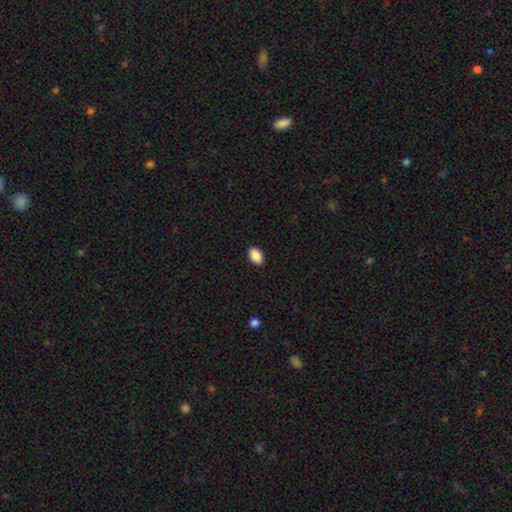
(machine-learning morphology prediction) Smooth or featured?
  - smooth: 90% *
  - star or artifact: 7%
  - featured or disk: 3%
How rounded?
  - in between: 90% *
  - round: 9%
  - cigar-shaped: 1%
Merging?
  - none: 90% *
  - minor disturbance: 7%
  - major disturbance: 2%
  - merger: 1%